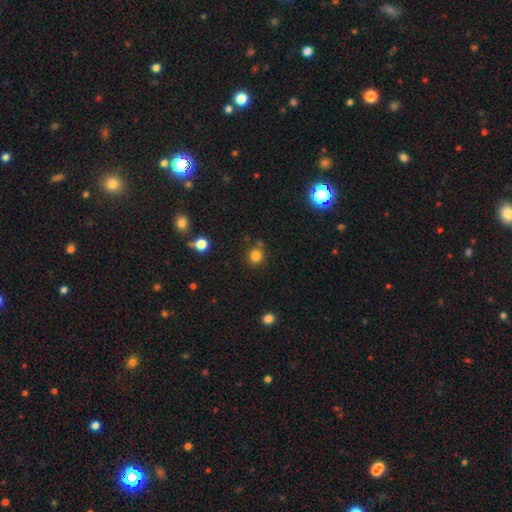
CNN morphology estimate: smooth 81%, star or artifact 14%, featured or disk 6%. Down the decision tree: how rounded — round (89%); merging — none (78%).